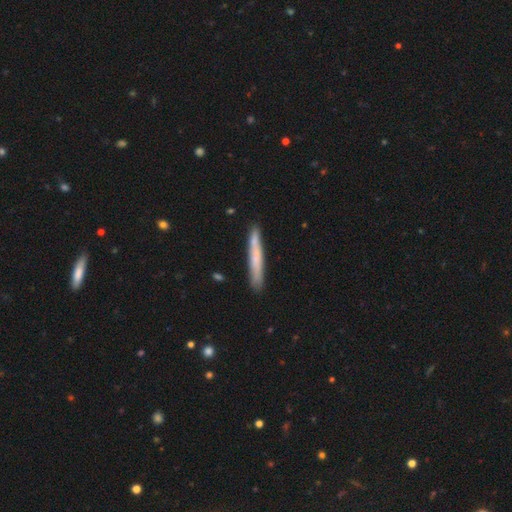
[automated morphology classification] smooth 62%, featured or disk 32%, star or artifact 6%. Down the decision tree: how rounded — cigar-shaped (96%); merging — none (87%).